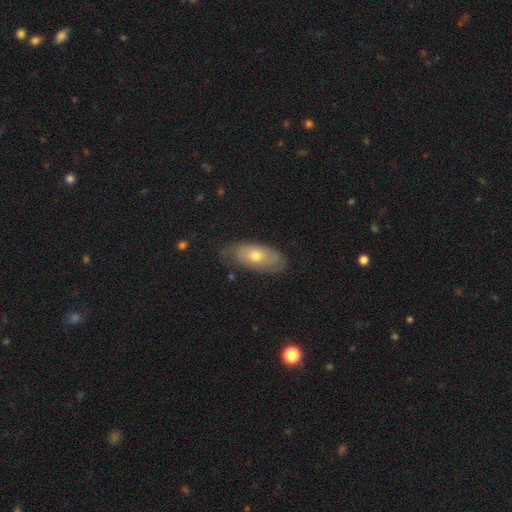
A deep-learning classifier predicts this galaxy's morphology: Q: Smooth or featured?
A: smooth (54%); runner-up: featured or disk (38%)
Q: How rounded?
A: in between (85%); runner-up: cigar-shaped (11%)
Q: Merging?
A: none (73%); runner-up: minor disturbance (22%)